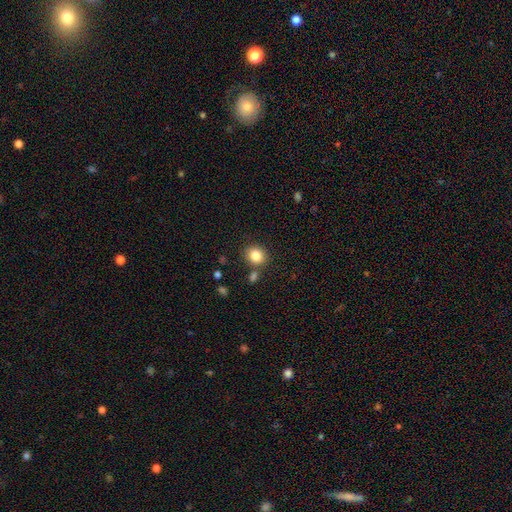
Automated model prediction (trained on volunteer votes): Smooth or featured? smooth (84%)
How rounded? round (75%)
Merging? none (81%)